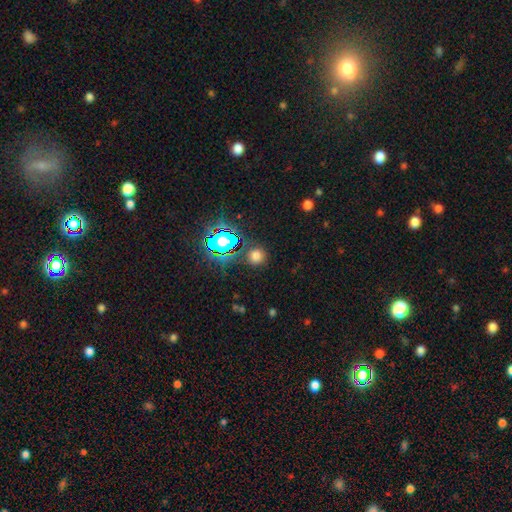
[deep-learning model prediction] This appears to be a smooth galaxy with no disk features (67%) that is round (89%). Merging: none (84%).